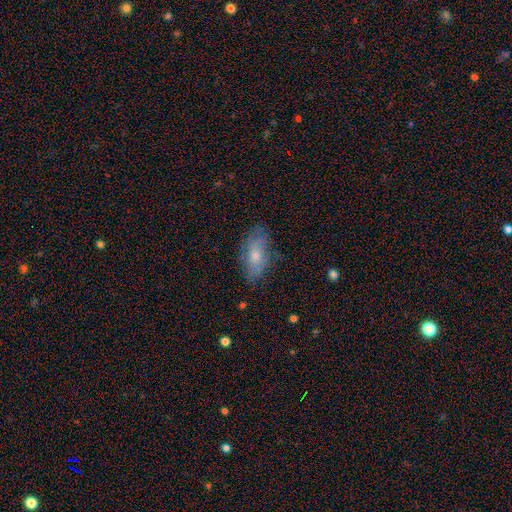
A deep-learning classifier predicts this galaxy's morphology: The model was most divided on "smooth or featured": smooth: 61%, featured or disk: 31%, star or artifact: 8%. More confident: how rounded — in between (85%); merging — none (71%).